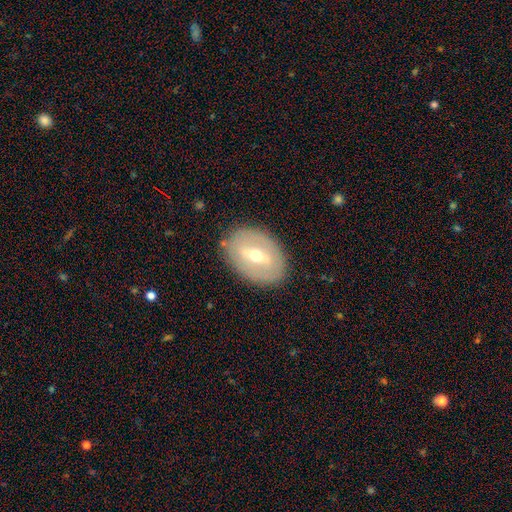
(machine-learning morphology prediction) The model was most divided on "bar": weak: 41%, strong: 40%, no: 19%. More confident: edge-on disk — no (89%); merging — none (84%); spiral arms — no (77%); bulge size — moderate (65%); smooth or featured — featured or disk (60%).